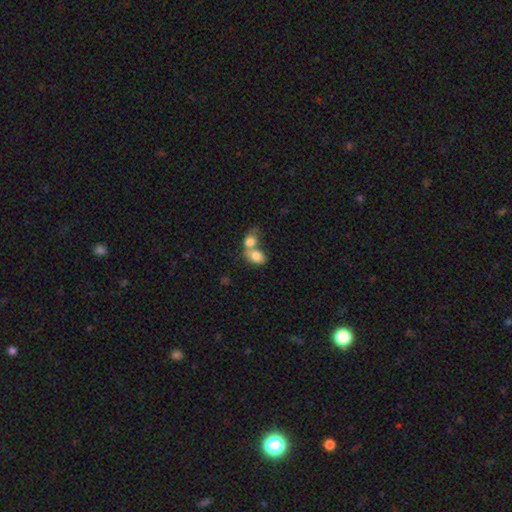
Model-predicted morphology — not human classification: type=smooth (77%); roundness=in between (75%); merging=merger (71%).